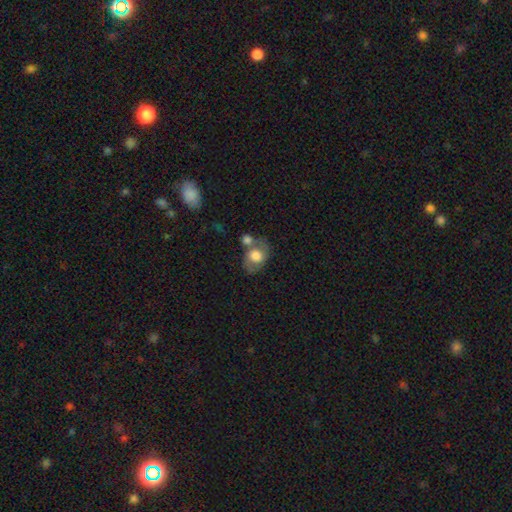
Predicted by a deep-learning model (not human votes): A smooth galaxy with no disk features (61%) that is in between round and cigar-shaped (63%).

Vote fractions:
- Smooth or featured? smooth: 61% / featured or disk: 32% / star or artifact: 7%
- How rounded? in between: 63% / round: 36% / cigar-shaped: 2%
- Merging? none: 42% / merger: 33% / minor disturbance: 17% / major disturbance: 8%